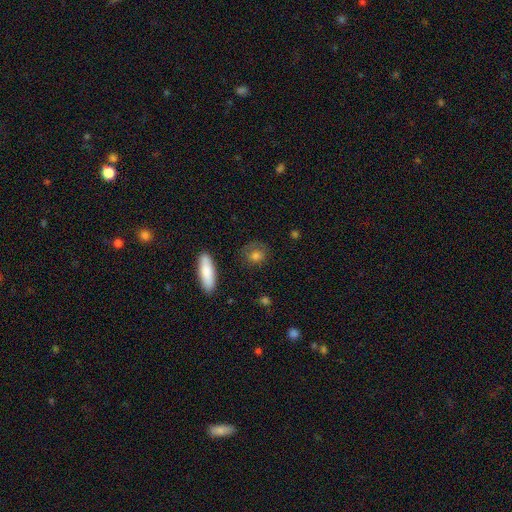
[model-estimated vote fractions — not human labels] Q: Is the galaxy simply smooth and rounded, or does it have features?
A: smooth — 76%.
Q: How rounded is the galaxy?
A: round — 54%.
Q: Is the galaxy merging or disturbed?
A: none — 66%.